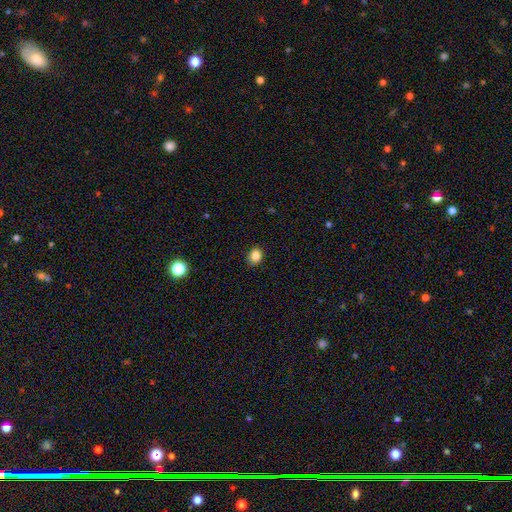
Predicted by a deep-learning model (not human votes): This appears to be a smooth galaxy with no disk features (84%) that is round (58%). Merging: none (89%).